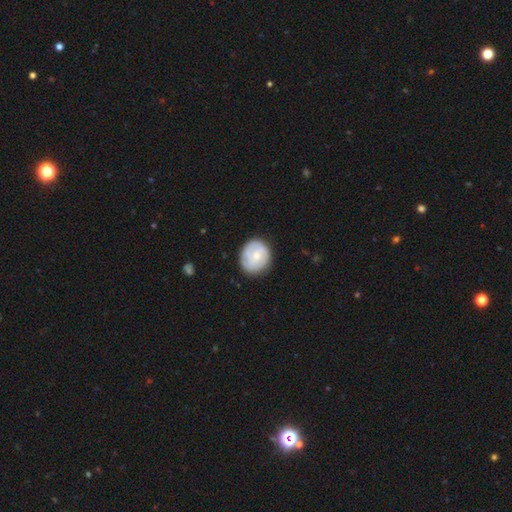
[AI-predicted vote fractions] featured or disk 48%, smooth 46%, star or artifact 6%. Down the decision tree: merging — none (79%).